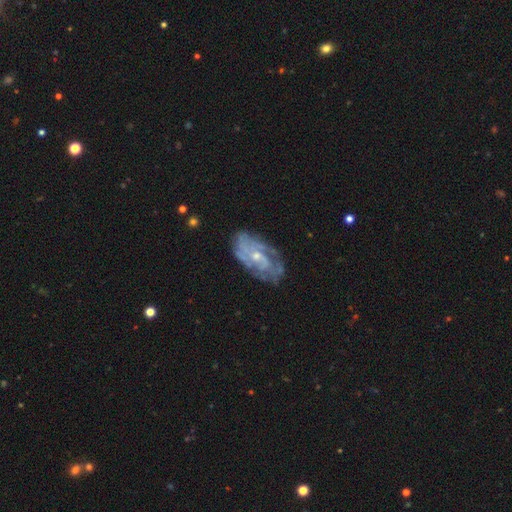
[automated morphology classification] This appears to be a featured or disk galaxy (80%) with no bar (69%), tight (55%) spiral arms (84%) and a small central bulge (60%). Merging: none (68%).